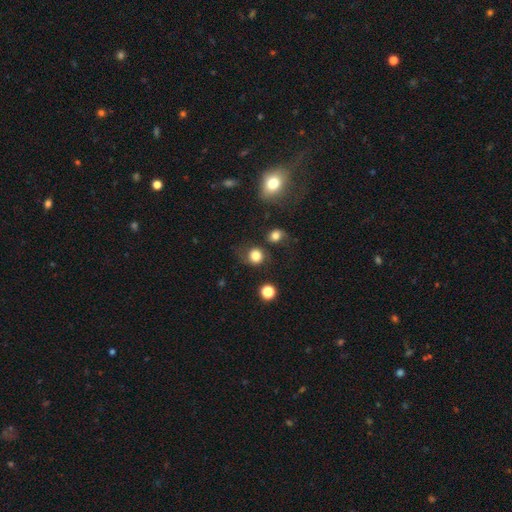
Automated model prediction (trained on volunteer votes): Smooth or featured? smooth (80%)
How rounded? round (82%)
Merging? none (62%)